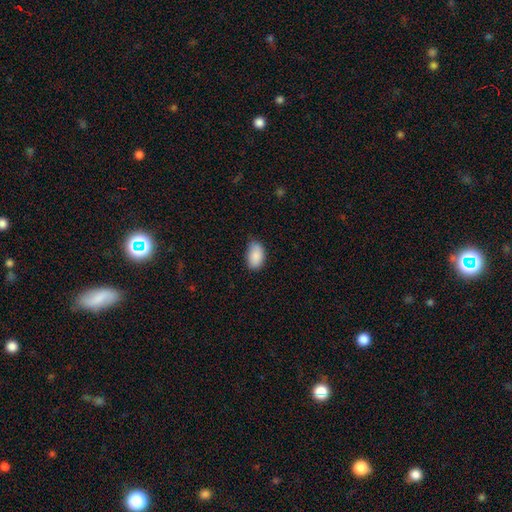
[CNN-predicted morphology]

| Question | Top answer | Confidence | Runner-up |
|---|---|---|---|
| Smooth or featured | smooth | 89% | star or artifact (7%) |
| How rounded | in between | 93% | round (6%) |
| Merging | none | 69% | minor disturbance (26%) |